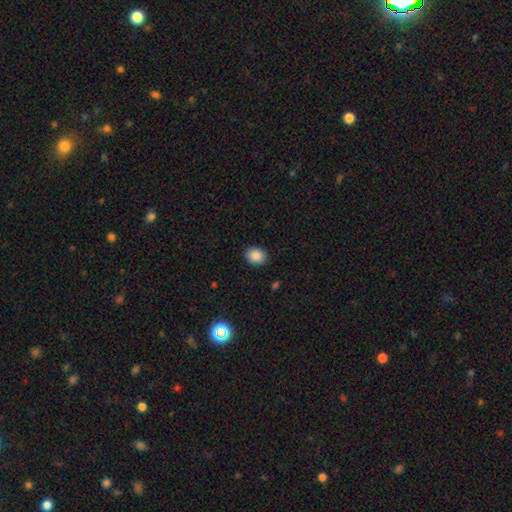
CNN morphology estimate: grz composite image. It shows a smooth galaxy with no disk features (88%) that is round (55%). Merging: none (89%).